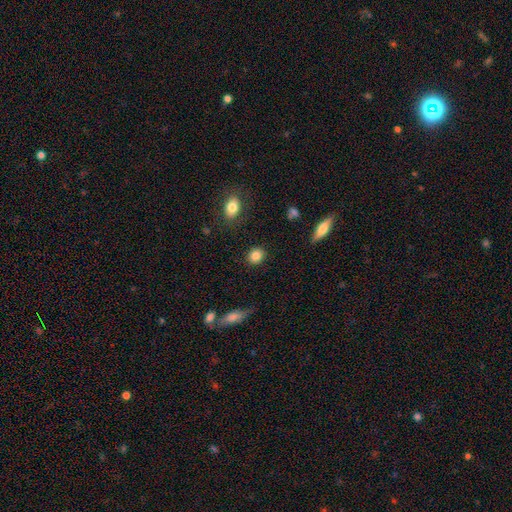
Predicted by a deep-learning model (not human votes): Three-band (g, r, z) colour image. It shows a smooth galaxy with no disk features (85%) that is round (73%). Merging: none (89%).